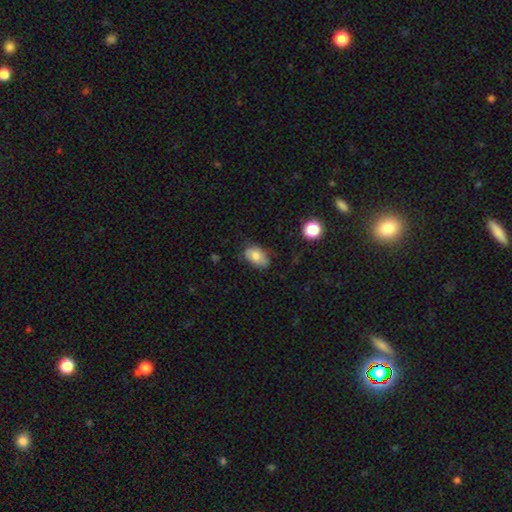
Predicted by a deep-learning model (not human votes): Smooth or featured? Predicted: smooth (p=0.74). How rounded? Predicted: in between (p=0.86). Merging? Predicted: none (p=0.61).